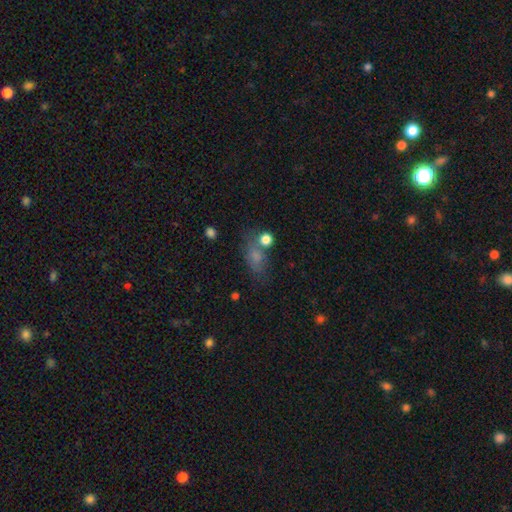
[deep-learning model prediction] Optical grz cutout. It shows a smooth galaxy with no disk features (68%) that is in between round and cigar-shaped (72%). Merging: none (56%).